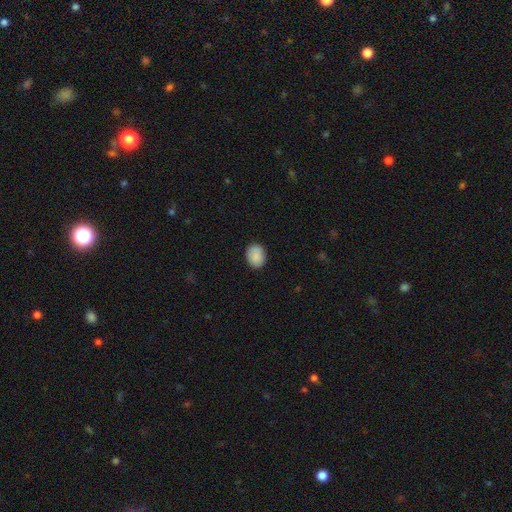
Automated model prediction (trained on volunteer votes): Overall: smooth (89%). How rounded: in between (60%; round 39%). Merging: none (87%).